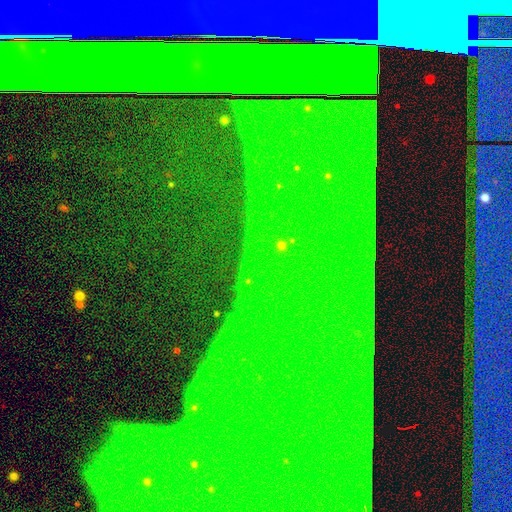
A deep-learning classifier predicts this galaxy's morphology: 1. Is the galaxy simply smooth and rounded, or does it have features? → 86% star or artifact, 8% featured or disk, 6% smooth.